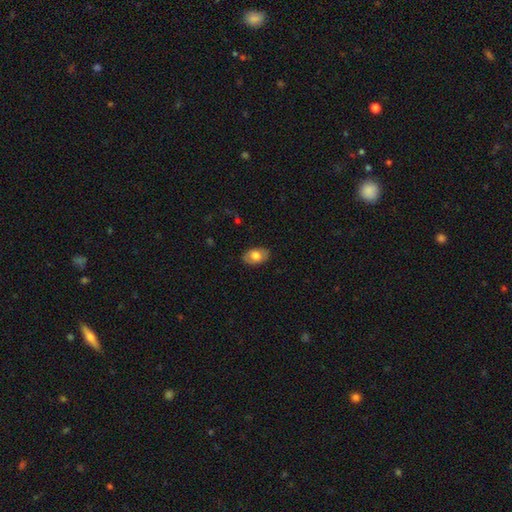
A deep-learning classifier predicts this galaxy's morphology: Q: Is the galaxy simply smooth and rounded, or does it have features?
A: smooth — 73%.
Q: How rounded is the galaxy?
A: in between — 89%.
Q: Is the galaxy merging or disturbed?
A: none — 84%.